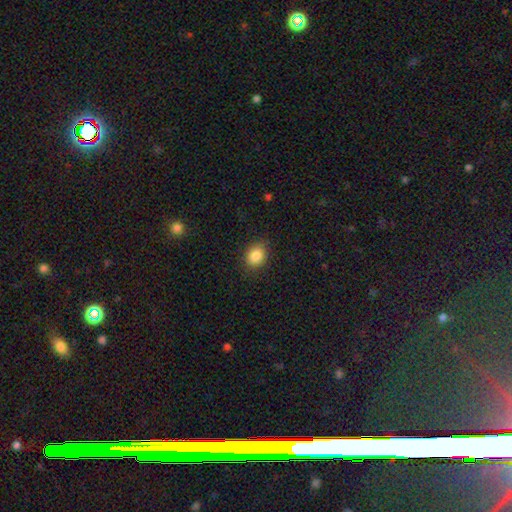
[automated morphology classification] Smooth or featured: smooth — 86% (star or artifact — 9%)
How rounded: in between — 54% (round — 45%)
Merging: none — 83% (minor disturbance — 13%)